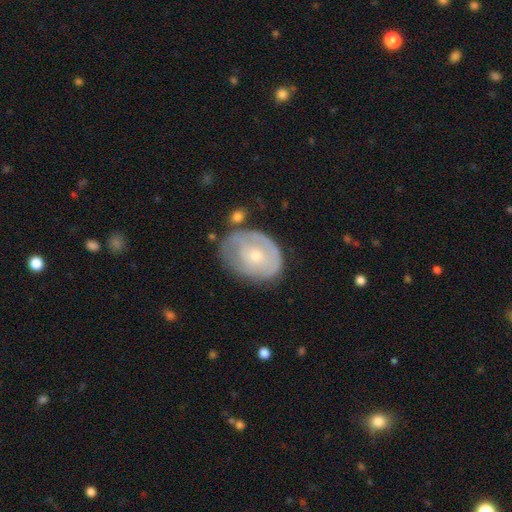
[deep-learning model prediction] Morphology: type=featured or disk (58%); edge-on=no (95%); bar=no (78%); spiral arms=yes (52%); bulge=small (55%); merging=none (53%).